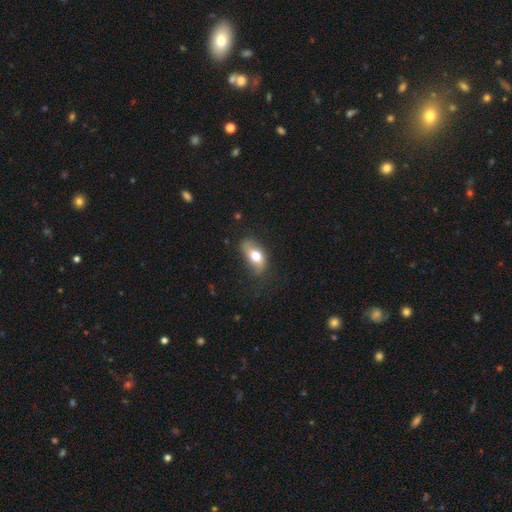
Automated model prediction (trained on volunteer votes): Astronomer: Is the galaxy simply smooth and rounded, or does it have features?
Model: smooth — 66%.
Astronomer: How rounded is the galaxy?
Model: in between — 86%.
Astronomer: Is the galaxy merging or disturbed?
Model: none — 62%.